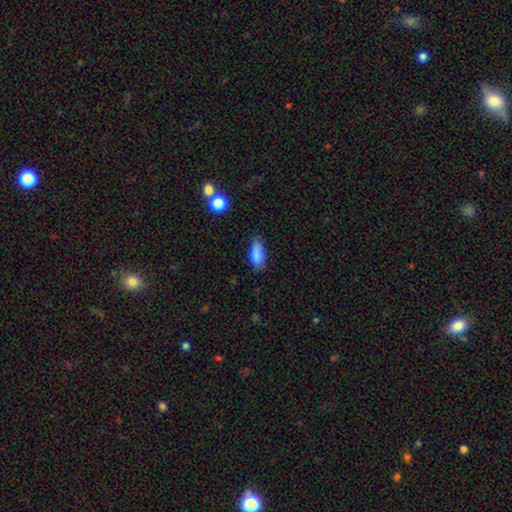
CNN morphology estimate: Smooth or featured? smooth (83%)
How rounded? in between (79%)
Merging? none (61%)